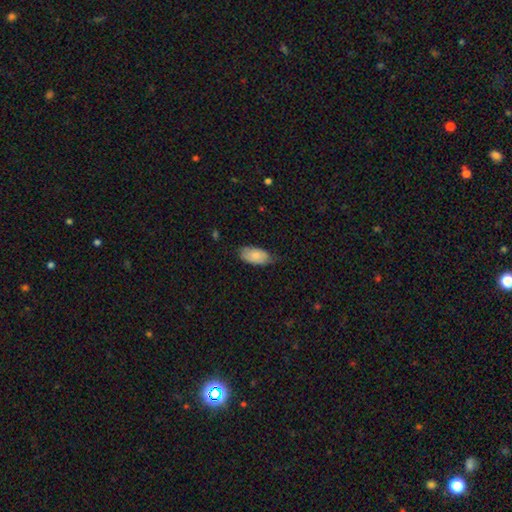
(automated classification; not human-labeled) Smooth or featured: smooth — 78% (featured or disk — 15%)
How rounded: in between — 94% (cigar-shaped — 3%)
Merging: none — 62% (minor disturbance — 31%)